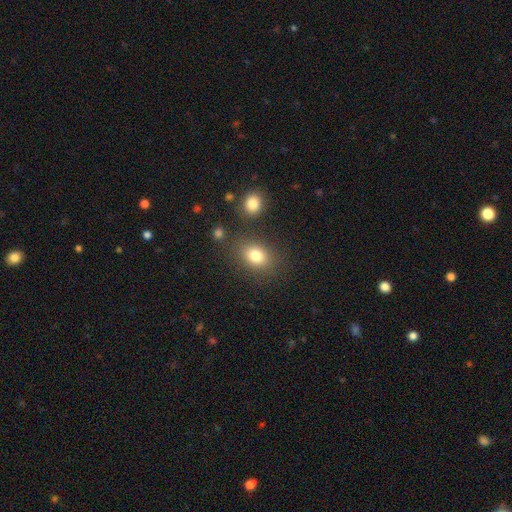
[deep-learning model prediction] smooth 80%, star or artifact 11%, featured or disk 9%. Down the decision tree: how rounded — in between (62%); merging — none (77%).